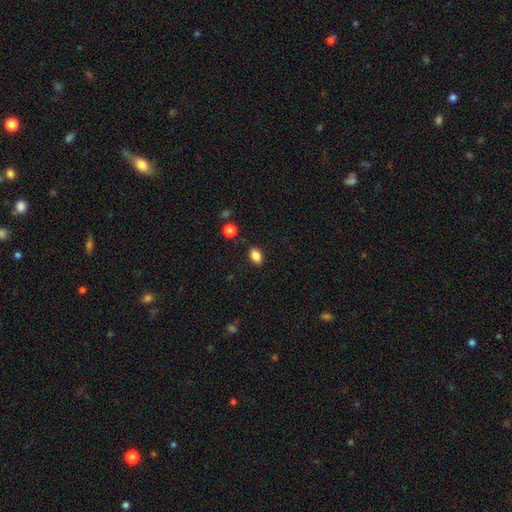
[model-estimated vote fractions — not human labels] Smooth or featured?
  - smooth: 86% *
  - star or artifact: 9%
  - featured or disk: 4%
How rounded?
  - in between: 82% *
  - round: 16%
  - cigar-shaped: 1%
Merging?
  - none: 87% *
  - minor disturbance: 9%
  - major disturbance: 2%
  - merger: 2%